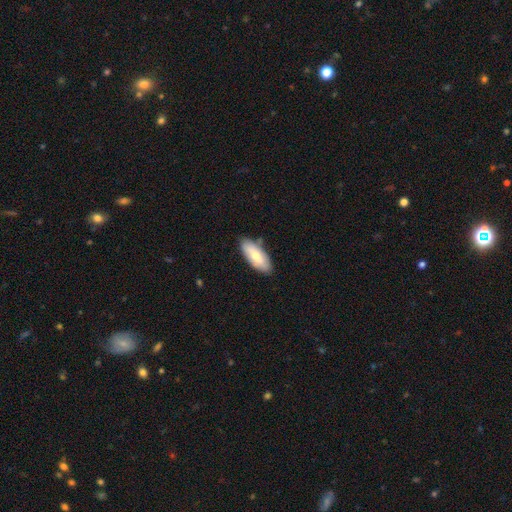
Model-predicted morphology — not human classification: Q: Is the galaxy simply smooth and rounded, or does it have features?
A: smooth — 71%.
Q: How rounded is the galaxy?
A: in between — 80%.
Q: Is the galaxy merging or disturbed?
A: none — 81%.